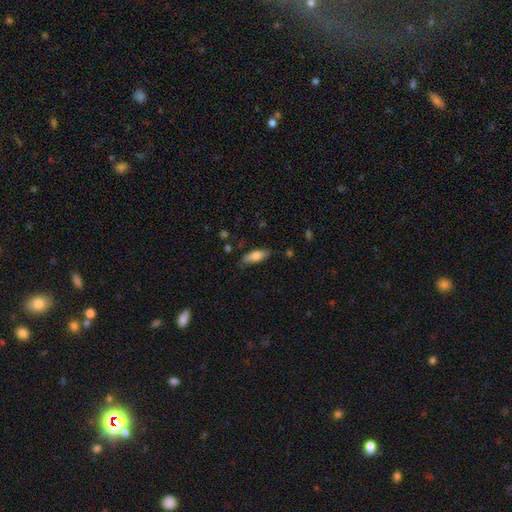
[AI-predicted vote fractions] Smooth or featured: smooth — 76% (featured or disk — 17%)
How rounded: in between — 68% (cigar-shaped — 30%)
Merging: none — 78% (minor disturbance — 17%)